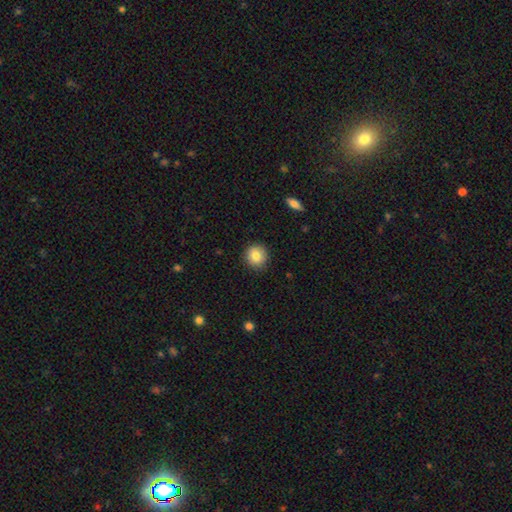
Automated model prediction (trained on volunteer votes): smooth 84%, star or artifact 9%, featured or disk 8%. Down the decision tree: how rounded — round (90%); merging — none (89%).